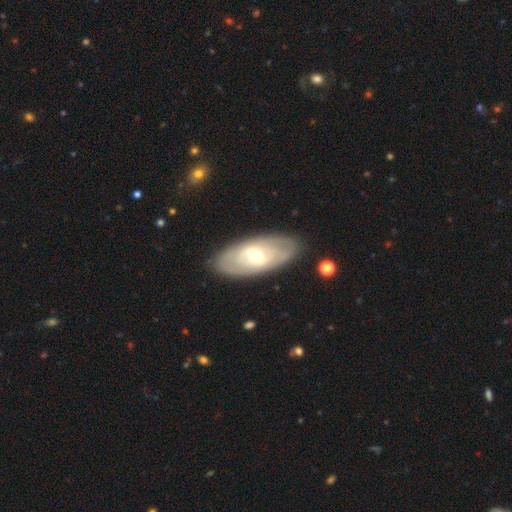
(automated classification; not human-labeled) Smooth or featured?
  - featured or disk: 65% *
  - smooth: 30%
  - star or artifact: 5%
Edge-on disk?
  - no: 88% *
  - yes: 12%
Bar?
  - weak: 45% *
  - no: 37%
  - strong: 18%
Spiral arms?
  - yes: 53% *
  - no: 47%
Bulge size?
  - moderate: 64% *
  - small: 28%
  - large: 6%
  - none: 1%
  - dominant: 1%
Merging?
  - none: 85% *
  - minor disturbance: 11%
  - major disturbance: 3%
  - merger: 1%